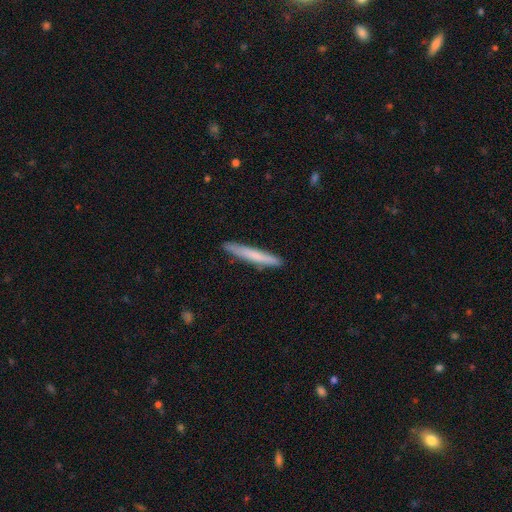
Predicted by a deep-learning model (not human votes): smooth 69%, featured or disk 26%, star or artifact 5%. Down the decision tree: how rounded — cigar-shaped (96%); merging — none (90%).